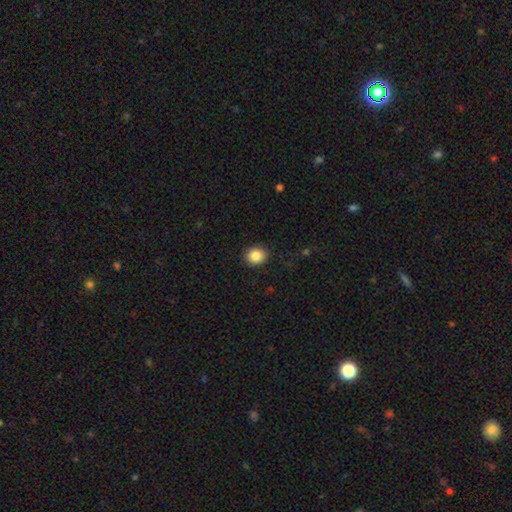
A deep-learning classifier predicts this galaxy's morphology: This appears to be a smooth galaxy with no disk features (86%) that is round (71%). Merging: none (90%).